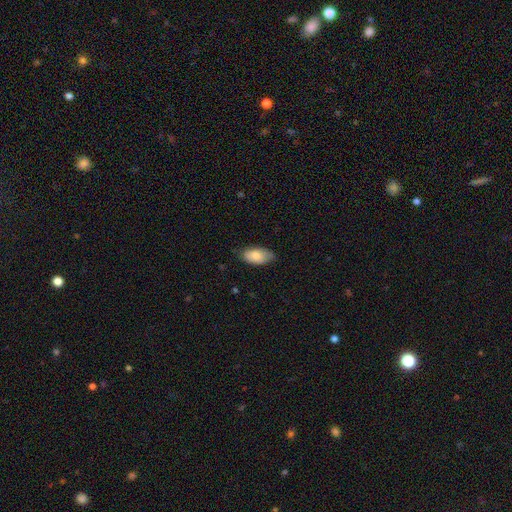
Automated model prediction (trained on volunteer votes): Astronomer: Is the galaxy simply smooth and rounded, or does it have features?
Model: smooth — 79%.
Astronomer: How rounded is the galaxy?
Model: in between — 94%.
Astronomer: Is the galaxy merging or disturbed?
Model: none — 72%.